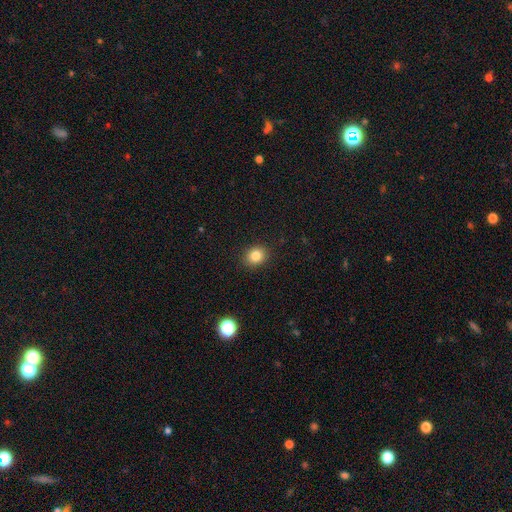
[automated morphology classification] The model was most divided on "how rounded": round: 65%, in between: 34%, cigar-shaped: 1%. More confident: merging — none (90%); smooth or featured — smooth (83%).